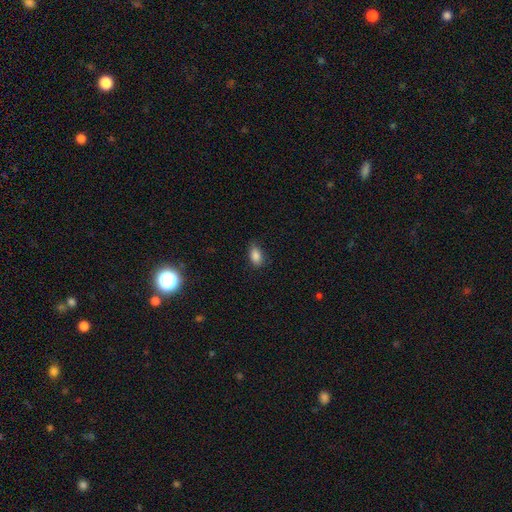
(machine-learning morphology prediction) smooth 86%, star or artifact 9%, featured or disk 5%. Down the decision tree: how rounded — in between (89%); merging — none (77%).